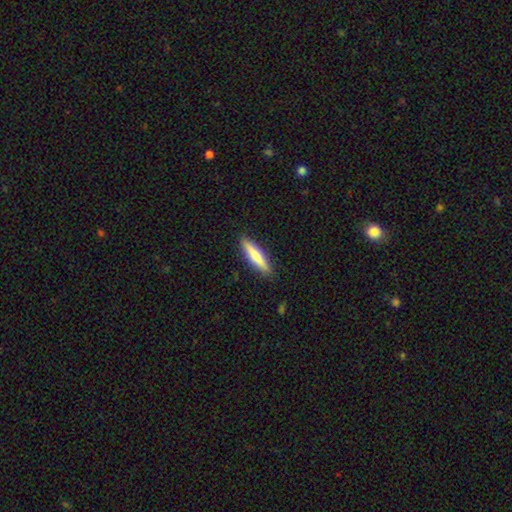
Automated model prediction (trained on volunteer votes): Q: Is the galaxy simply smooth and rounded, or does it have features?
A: smooth — 59%.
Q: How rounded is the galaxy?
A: cigar-shaped — 84%.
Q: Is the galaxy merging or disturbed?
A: none — 90%.